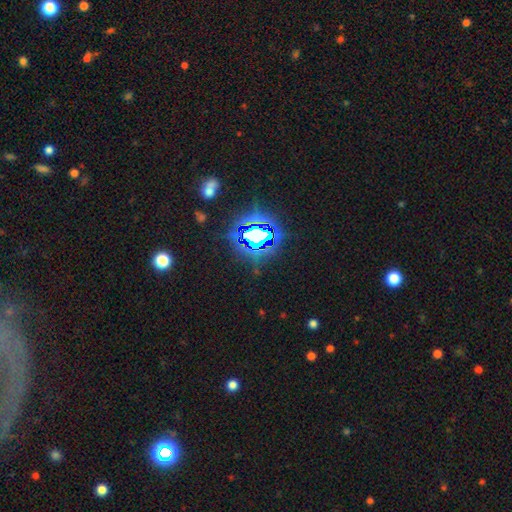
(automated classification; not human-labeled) Smooth or featured: star or artifact — 82% (smooth — 12%)